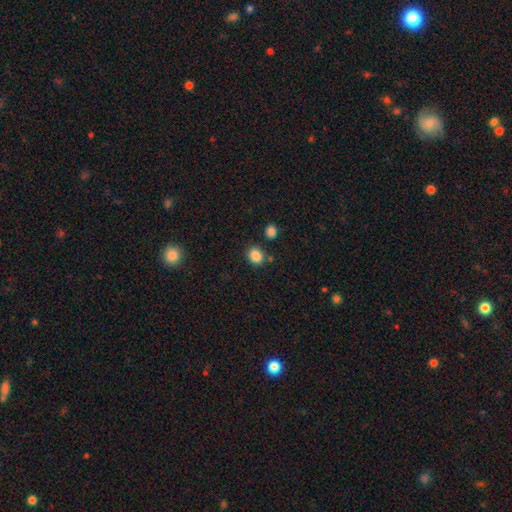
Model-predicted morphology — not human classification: The model was most divided on "how rounded": round: 52%, in between: 47%, cigar-shaped: 1%. More confident: smooth or featured — smooth (86%); merging — none (76%).